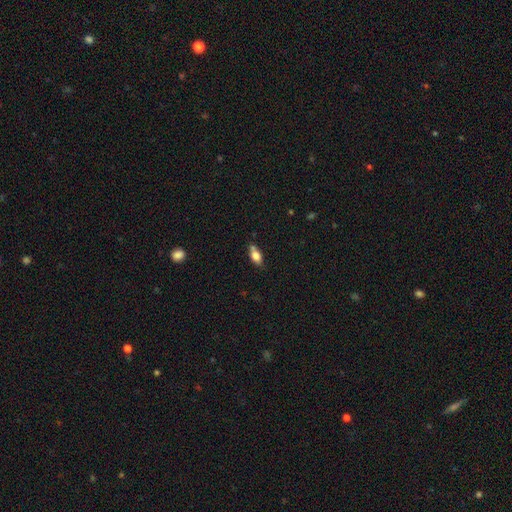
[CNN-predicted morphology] This is likely a smooth galaxy (77%). How rounded: clearly in between (85%). Merging: possibly none (59%).